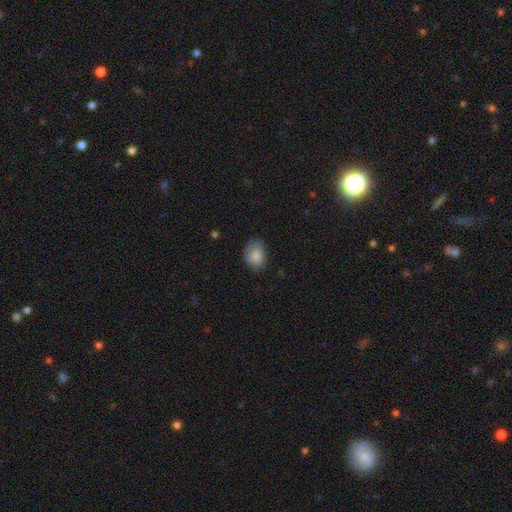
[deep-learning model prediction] smooth-or-featured: smooth: 85% | featured or disk: 8% | star or artifact: 7%
  how-rounded: in between: 68% | round: 31% | cigar-shaped: 1%
  merging: none: 70% | minor disturbance: 24% | major disturbance: 5% | merger: 1%